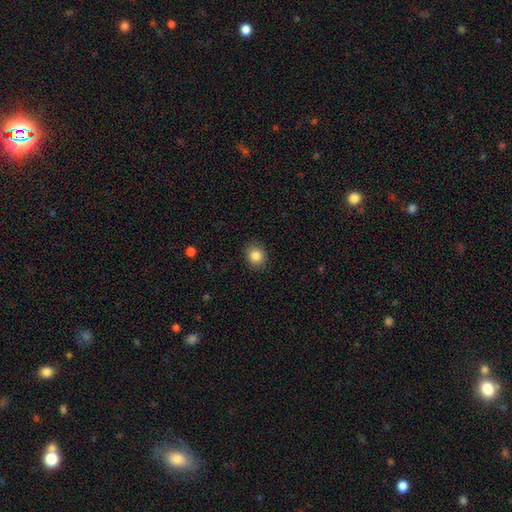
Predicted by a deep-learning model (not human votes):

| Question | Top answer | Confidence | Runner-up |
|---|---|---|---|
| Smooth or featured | smooth | 86% | star or artifact (9%) |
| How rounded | round | 74% | in between (25%) |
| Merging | none | 88% | minor disturbance (8%) |